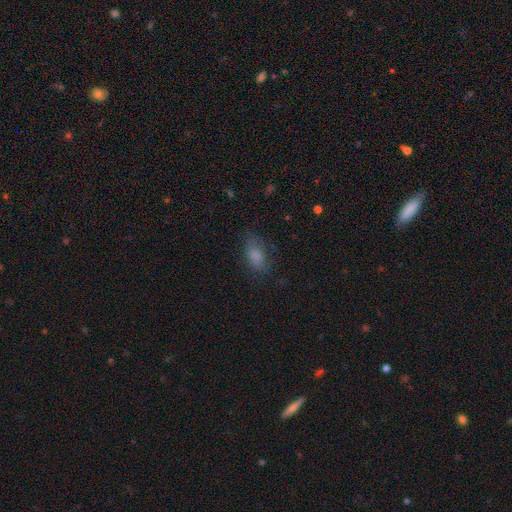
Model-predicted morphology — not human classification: smooth_or_featured: smooth (p=0.79) [alt: star or artifact p=0.11]
how_rounded: in between (p=0.87) [alt: round p=0.08]
merging: none (p=0.67) [alt: minor disturbance p=0.22]